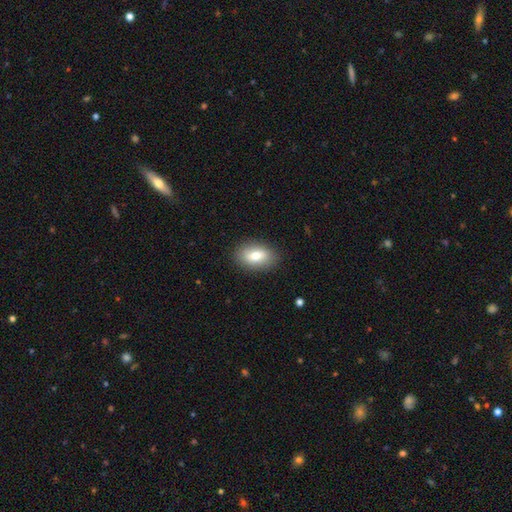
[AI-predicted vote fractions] smooth-or-featured: smooth: 76% | featured or disk: 16% | star or artifact: 8%
  how-rounded: in between: 88% | round: 10% | cigar-shaped: 2%
  merging: none: 87% | minor disturbance: 9% | major disturbance: 3% | merger: 1%